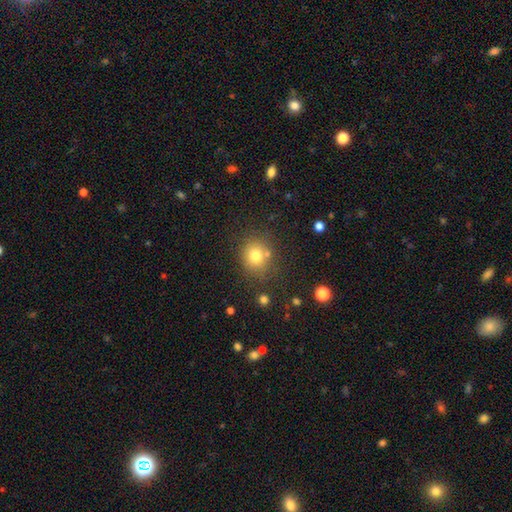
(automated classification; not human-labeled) smooth 77%, star or artifact 13%, featured or disk 9%. Down the decision tree: how rounded — round (82%); merging — none (74%).